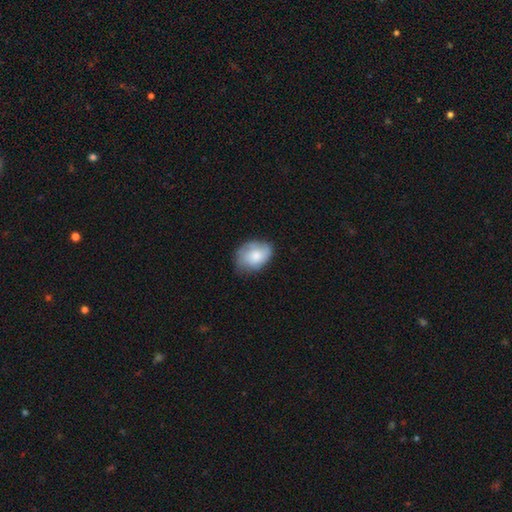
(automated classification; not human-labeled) A smooth galaxy with no disk features (66%) that is in between round and cigar-shaped (74%). Merging: none (62%).